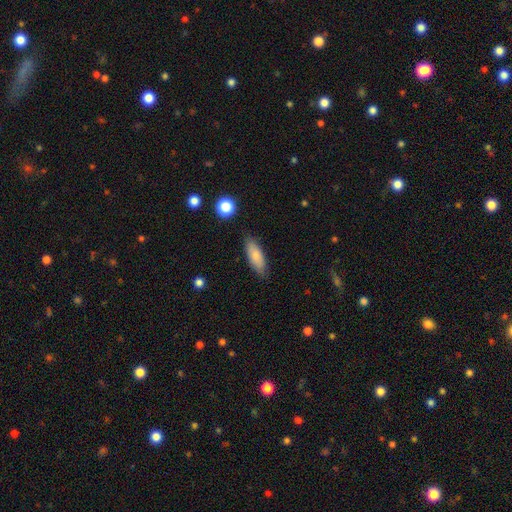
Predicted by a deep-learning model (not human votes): smooth 81%, featured or disk 13%, star or artifact 6%. Down the decision tree: how rounded — in between (68%); merging — none (83%).